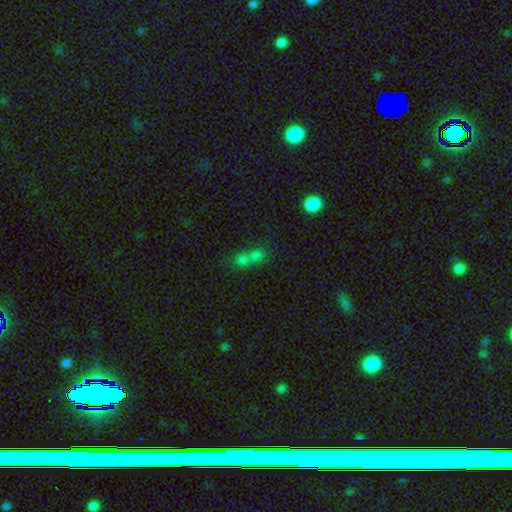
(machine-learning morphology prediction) This appears to be a smooth galaxy with no disk features (68%) that is round (58%). Merging: merger (67%).